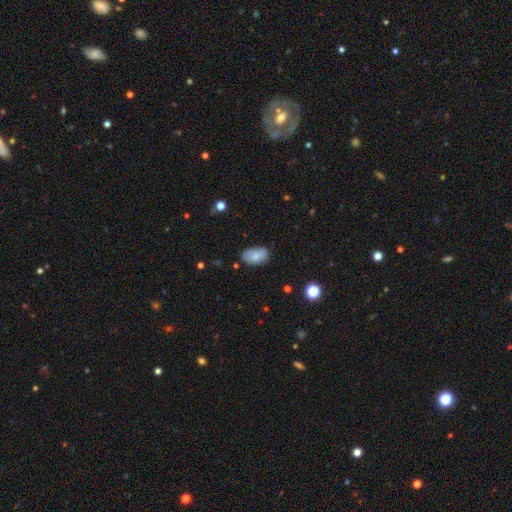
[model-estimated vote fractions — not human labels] smooth 80%, featured or disk 12%, star or artifact 8%. Down the decision tree: how rounded — in between (92%); merging — none (75%).